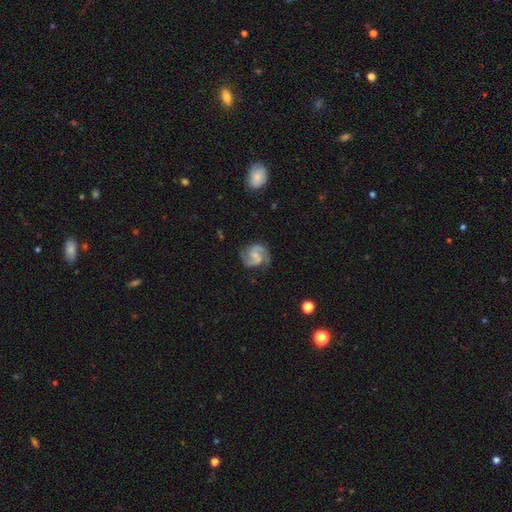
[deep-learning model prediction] featured or disk 87%, smooth 8%, star or artifact 5%. Down the decision tree: edge-on disk — no (98%); bar — no (46%); spiral arms — yes (97%); spiral arm count — 2 (90%); spiral winding — medium (57%); bulge size — small (54%); merging — none (76%).